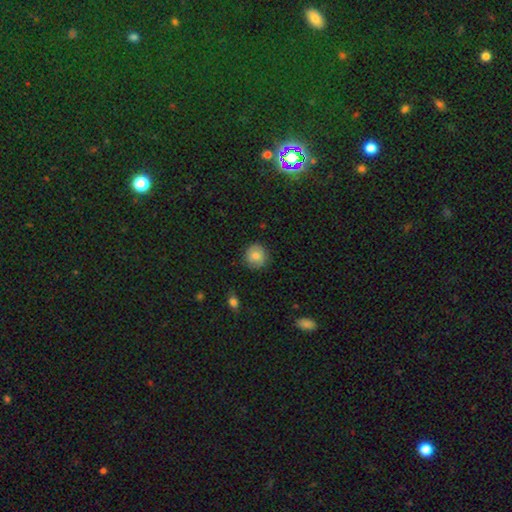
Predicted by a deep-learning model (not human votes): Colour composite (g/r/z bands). It shows a smooth galaxy with no disk features (82%) that is round (89%). Merging: none (85%).